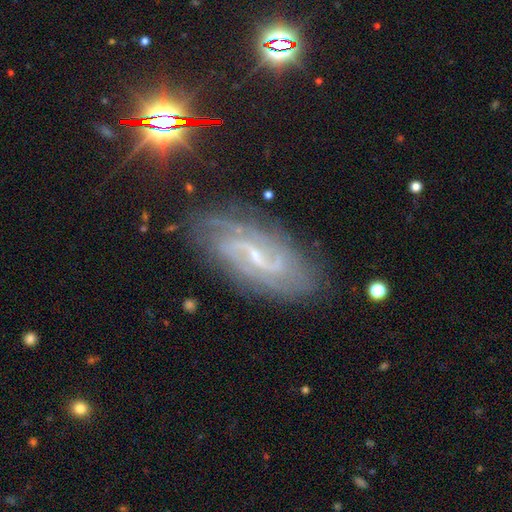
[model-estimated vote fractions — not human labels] Morphology: type=featured or disk (85%); edge-on=no (94%); bar=weak (51%); spiral arms=yes (97%); winding=medium (45%); arm count=2 (59%); bulge=small (76%); merging=none (79%).